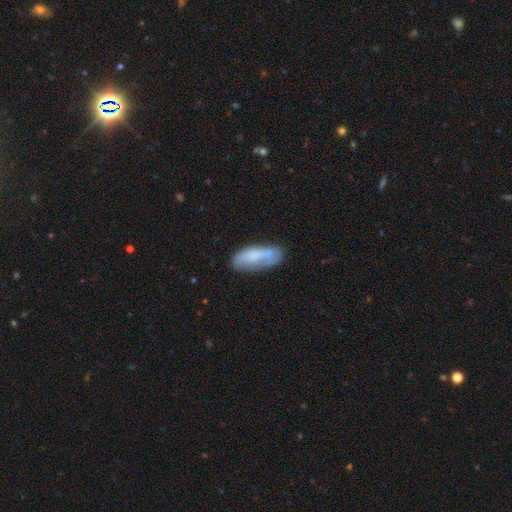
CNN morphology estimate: Smooth or featured? Predicted: smooth (p=0.63). How rounded? Predicted: in between (p=0.70). Merging? Predicted: none (p=0.57).